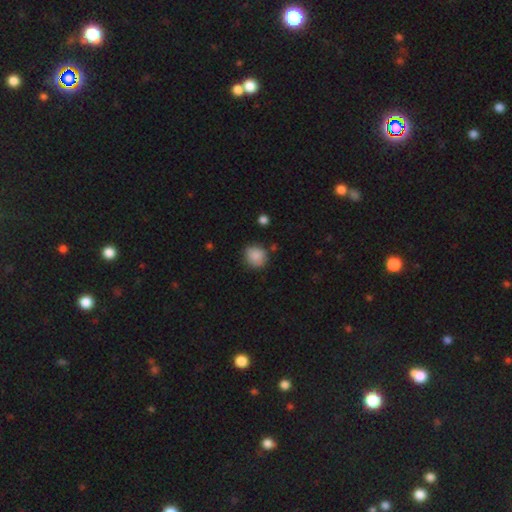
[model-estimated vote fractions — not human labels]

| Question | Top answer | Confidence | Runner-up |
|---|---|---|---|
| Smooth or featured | smooth | 87% | star or artifact (8%) |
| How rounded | round | 82% | in between (17%) |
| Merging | none | 79% | minor disturbance (15%) |